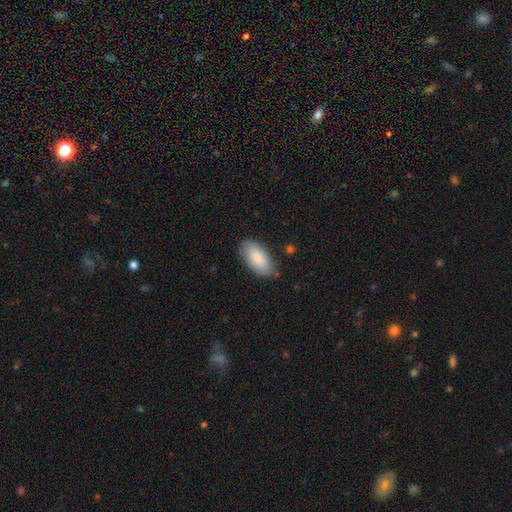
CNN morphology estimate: Smooth or featured: smooth — 88% (featured or disk — 6%)
How rounded: in between — 94% (cigar-shaped — 4%)
Merging: none — 80% (minor disturbance — 15%)